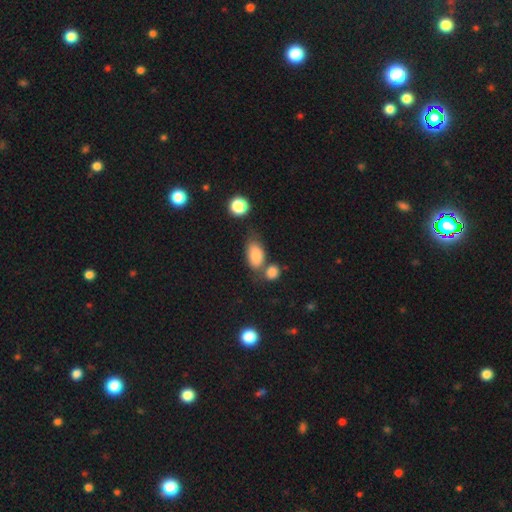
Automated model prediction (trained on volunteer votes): Q: Smooth or featured?
A: smooth (84%); runner-up: star or artifact (9%)
Q: How rounded?
A: in between (90%); runner-up: round (7%)
Q: Merging?
A: none (47%); runner-up: merger (29%)